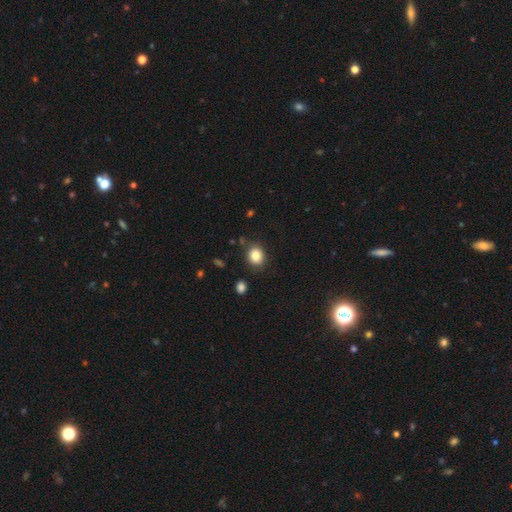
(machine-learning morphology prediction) Overall: smooth (85%). How rounded: round (59%; in between 40%). Merging: none (84%).